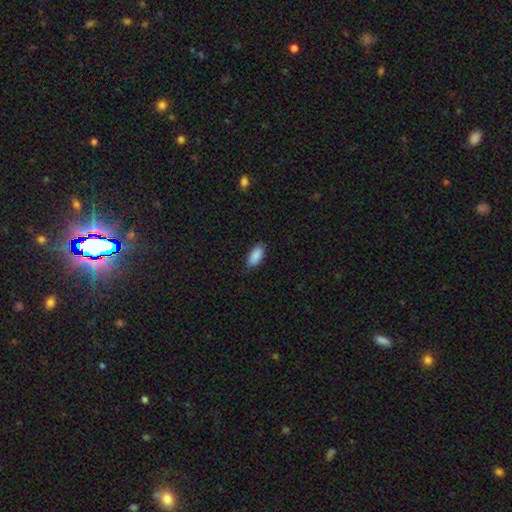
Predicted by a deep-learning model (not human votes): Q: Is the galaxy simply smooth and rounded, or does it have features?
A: smooth — 89%.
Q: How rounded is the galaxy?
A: in between — 89%.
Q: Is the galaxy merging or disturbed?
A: none — 80%.